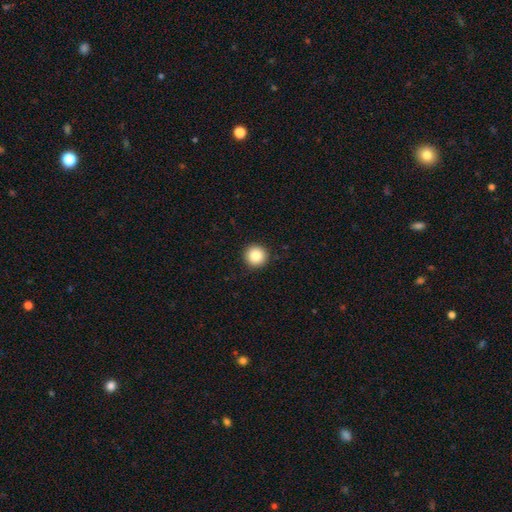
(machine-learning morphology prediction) Overall: smooth (86%). How rounded: round (96%). Merging: none (92%).